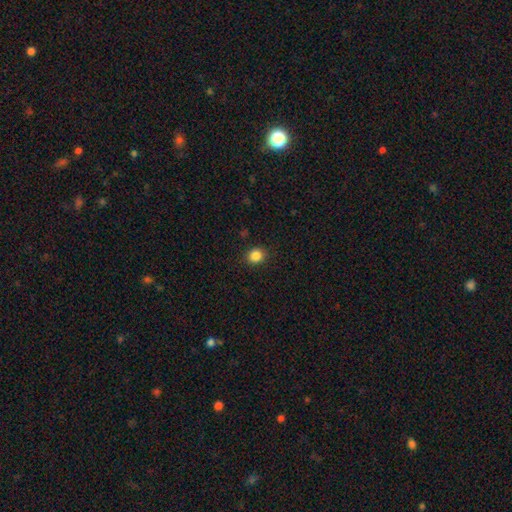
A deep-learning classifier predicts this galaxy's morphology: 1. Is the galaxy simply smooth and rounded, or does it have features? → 85% smooth, 11% star or artifact, 4% featured or disk.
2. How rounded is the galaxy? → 78% round, 21% in between, 1% cigar-shaped.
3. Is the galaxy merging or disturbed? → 90% none, 7% minor disturbance, 2% major disturbance, 1% merger.